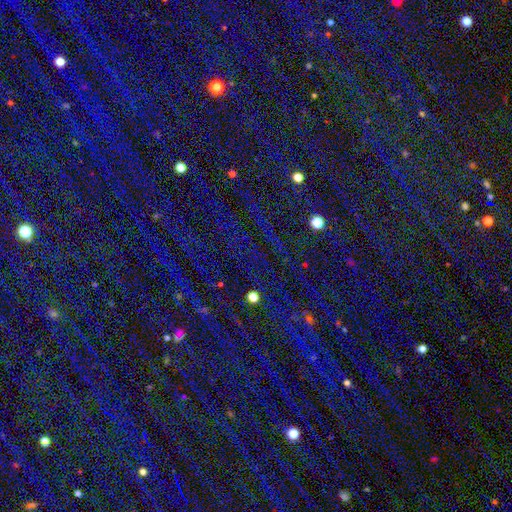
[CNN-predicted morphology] type=star or artifact (69%).